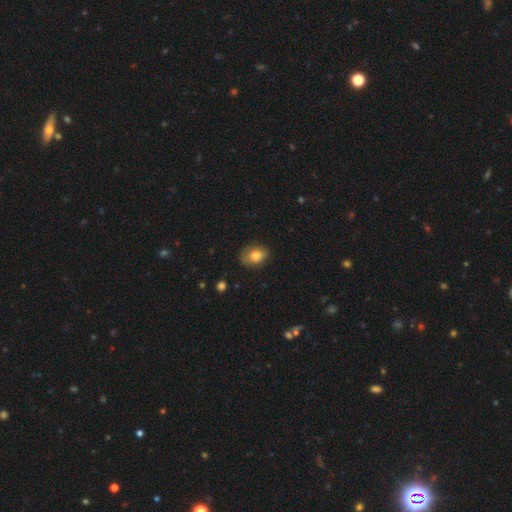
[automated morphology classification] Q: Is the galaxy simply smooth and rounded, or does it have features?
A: smooth — 77%.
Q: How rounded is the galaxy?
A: in between — 70%.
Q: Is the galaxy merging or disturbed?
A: none — 68%.